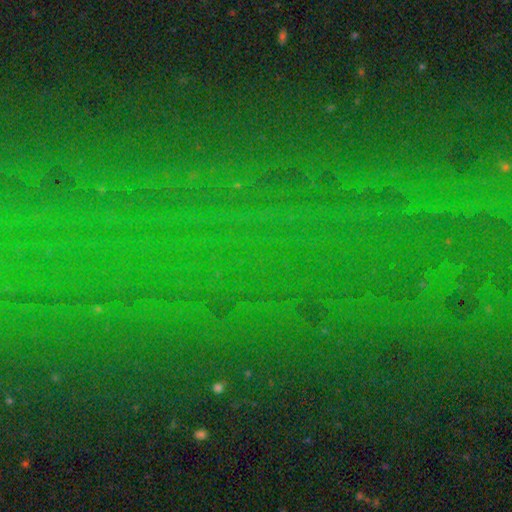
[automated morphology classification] Smooth or featured: star or artifact — 81% (smooth — 10%)